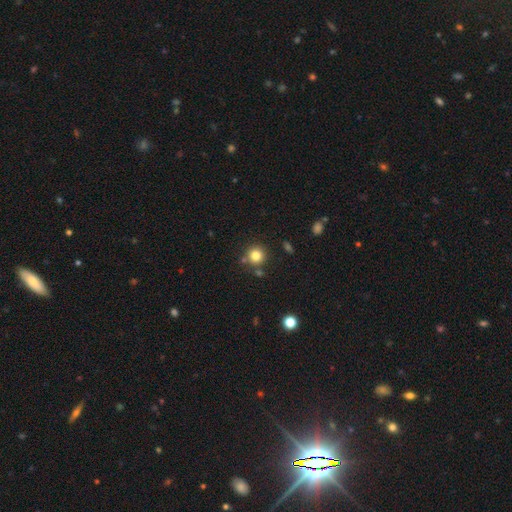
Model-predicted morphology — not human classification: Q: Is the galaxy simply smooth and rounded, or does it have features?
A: smooth — 82%.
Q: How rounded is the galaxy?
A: round — 93%.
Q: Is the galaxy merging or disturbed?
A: none — 79%.